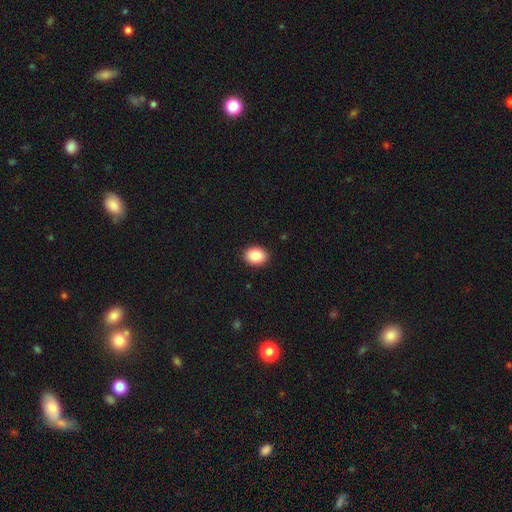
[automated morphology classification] type=smooth (86%); roundness=in between (61%); merging=none (91%).